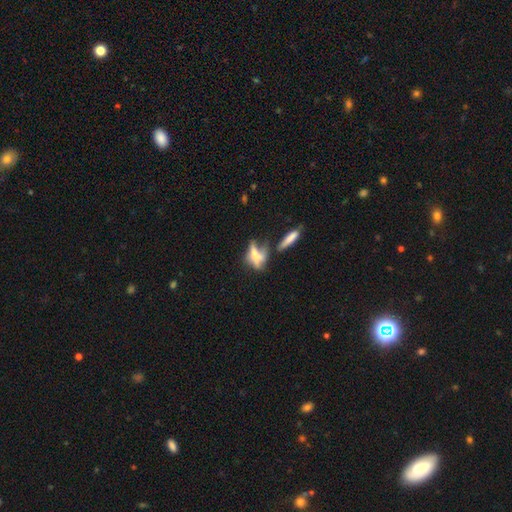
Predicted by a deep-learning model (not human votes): This appears to be a smooth galaxy with no disk features (45%). Merging: merger (30%, tied with none).